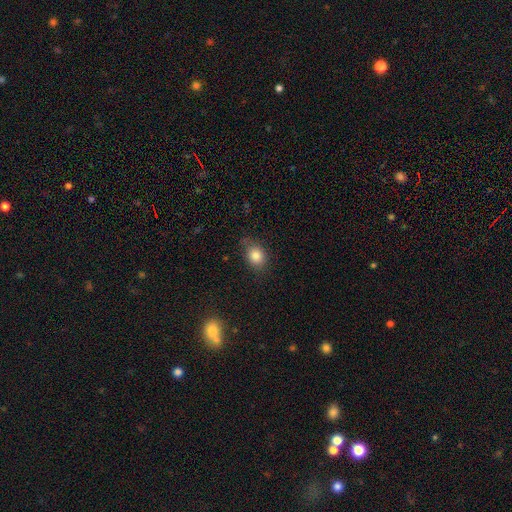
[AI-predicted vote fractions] This is clearly a smooth galaxy (82%). How rounded: possibly in between (52%). Merging: likely none (71%).